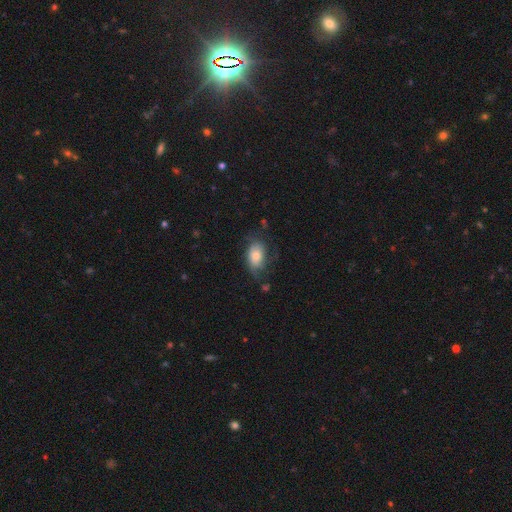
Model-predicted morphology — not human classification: smooth_or_featured: smooth (p=0.62) [alt: featured or disk p=0.30]
how_rounded: in between (p=0.88) [alt: round p=0.10]
merging: none (p=0.51) [alt: minor disturbance p=0.29]